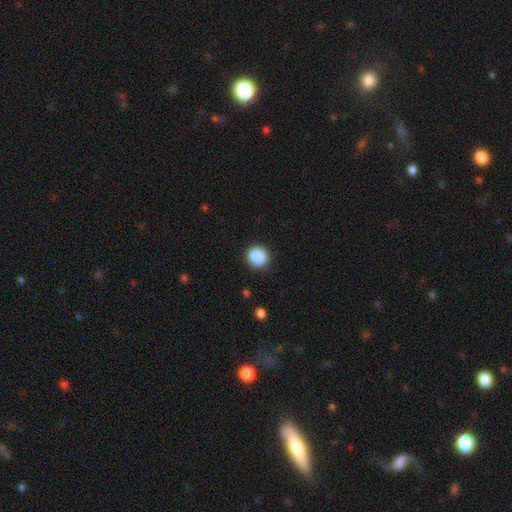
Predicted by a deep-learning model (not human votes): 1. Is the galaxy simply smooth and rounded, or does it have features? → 88% smooth, 9% star or artifact, 3% featured or disk.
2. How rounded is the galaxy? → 92% round, 7% in between, 1% cigar-shaped.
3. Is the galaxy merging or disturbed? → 91% none, 6% minor disturbance, 2% major disturbance, 1% merger.